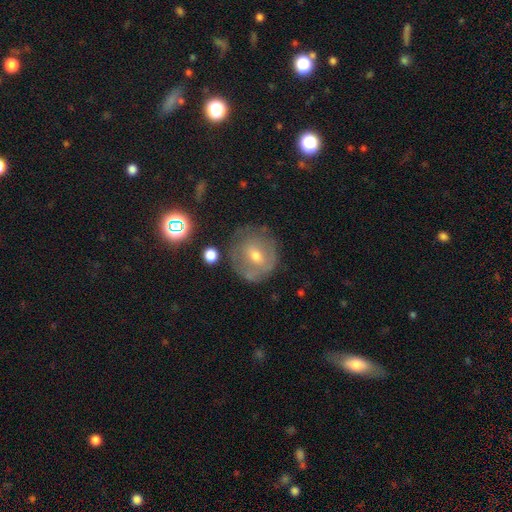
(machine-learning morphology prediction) smooth_or_featured: featured or disk (p=0.48) [alt: smooth p=0.40]
merging: none (p=0.68) [alt: minor disturbance p=0.20]